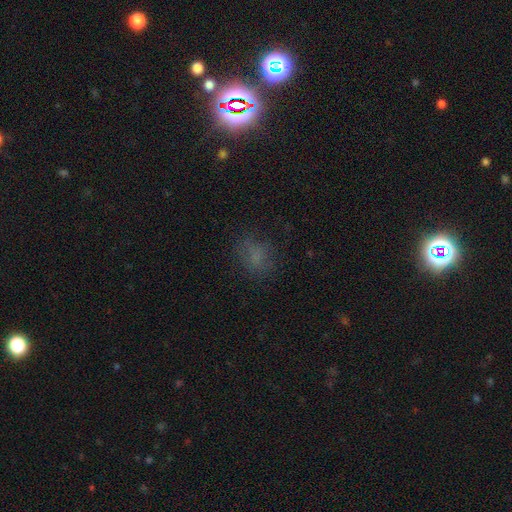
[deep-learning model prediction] The model was most divided on "how rounded": round: 51%, in between: 46%, cigar-shaped: 2%. More confident: merging — none (69%); smooth or featured — smooth (64%).